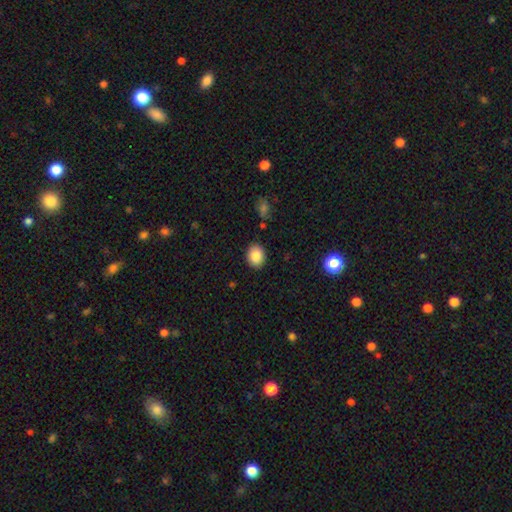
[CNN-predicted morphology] Smooth or featured?
  - smooth: 86% *
  - star or artifact: 9%
  - featured or disk: 5%
How rounded?
  - round: 52% *
  - in between: 47%
  - cigar-shaped: 1%
Merging?
  - none: 89% *
  - minor disturbance: 8%
  - major disturbance: 2%
  - merger: 2%